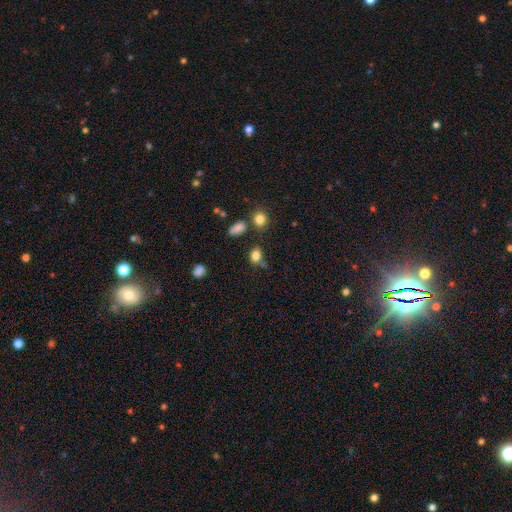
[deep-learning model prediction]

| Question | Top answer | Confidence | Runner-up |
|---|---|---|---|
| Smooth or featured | smooth | 82% | star or artifact (12%) |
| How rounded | in between | 62% | round (36%) |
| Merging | none | 58% | minor disturbance (23%) |